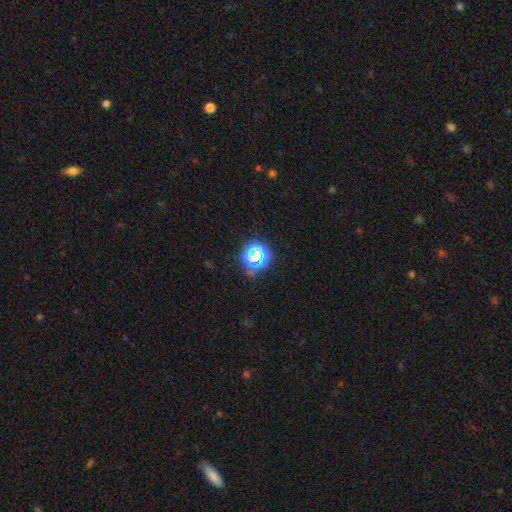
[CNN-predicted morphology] type=star or artifact (62%).